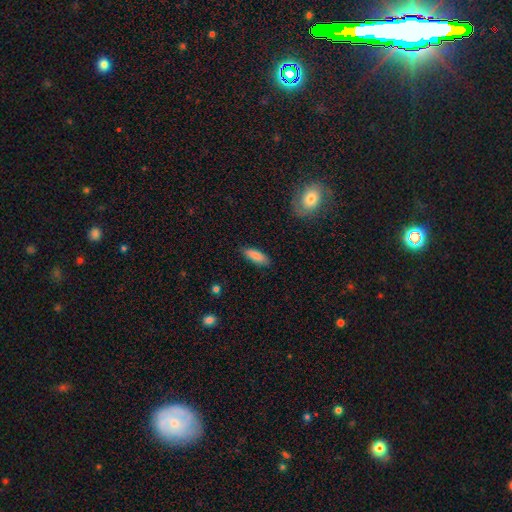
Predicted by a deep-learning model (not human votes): Smooth or featured? Predicted: smooth (p=0.86). How rounded? Predicted: in between (p=0.69). Merging? Predicted: none (p=0.83).